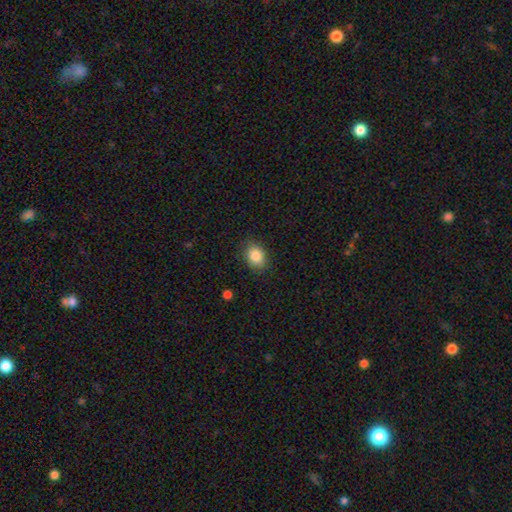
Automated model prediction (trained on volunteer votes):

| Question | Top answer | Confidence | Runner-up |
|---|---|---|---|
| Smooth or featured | smooth | 86% | star or artifact (8%) |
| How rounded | in between | 67% | round (32%) |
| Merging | none | 84% | minor disturbance (12%) |